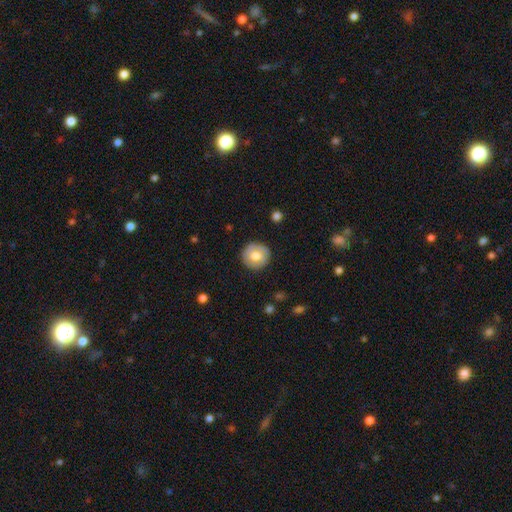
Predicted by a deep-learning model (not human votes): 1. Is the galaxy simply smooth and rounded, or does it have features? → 72% smooth, 21% featured or disk, 7% star or artifact.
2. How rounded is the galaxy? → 93% round, 6% in between, 1% cigar-shaped.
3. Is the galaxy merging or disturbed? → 88% none, 8% minor disturbance, 2% major disturbance, 1% merger.